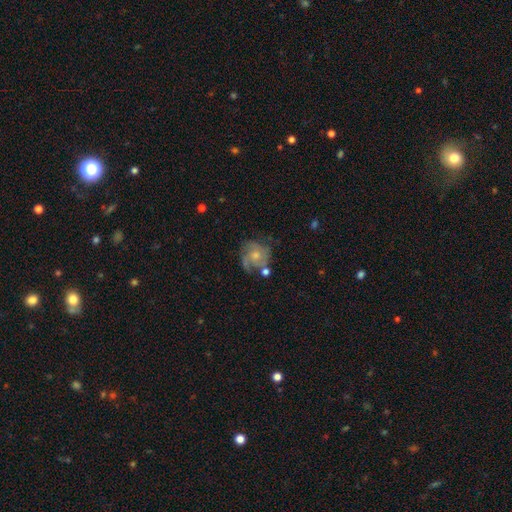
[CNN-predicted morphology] Overall: featured or disk (70%). Edge-on disk: no (98%). Bar: no (78%). Spiral arms: yes (87%). Spiral arm count: 2 (32%; 3 27%). Spiral winding: tight (46%; medium 40%). Bulge size: moderate (54%; small 35%). Merging: none (55%; minor disturbance 23%).